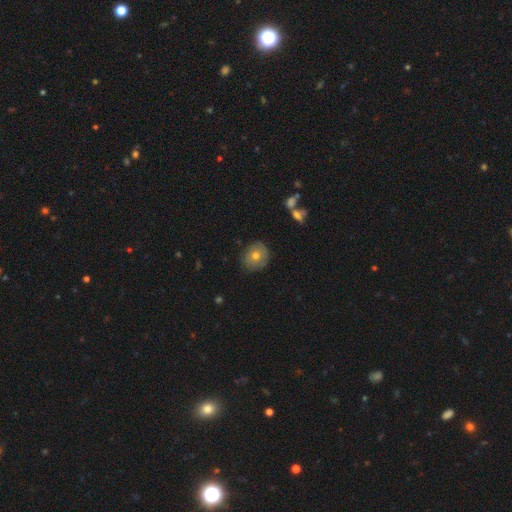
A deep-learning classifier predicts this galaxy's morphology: smooth 66%, featured or disk 24%, star or artifact 10%. Down the decision tree: how rounded — round (74%); merging — none (81%).